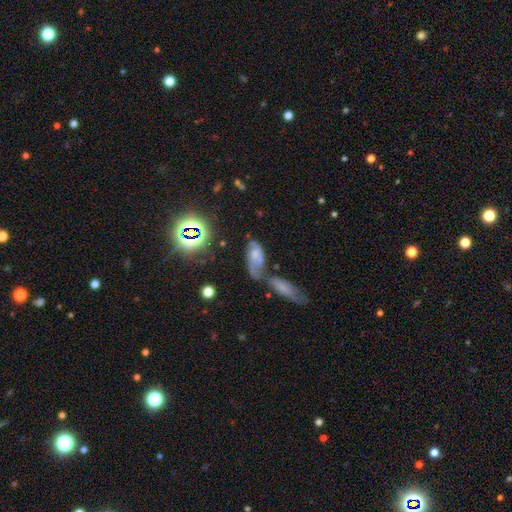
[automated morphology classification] A featured or disk galaxy (57%) with no bar (64%), spiral arms (78%) and a moderate central bulge (38%). Merging: merger (32%).